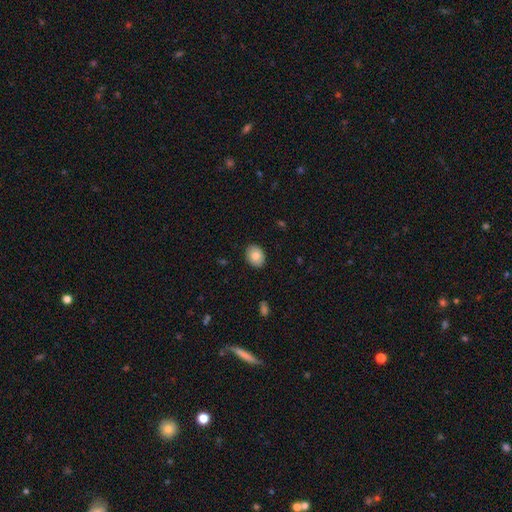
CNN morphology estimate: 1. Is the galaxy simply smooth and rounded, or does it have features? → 81% smooth, 12% featured or disk, 7% star or artifact.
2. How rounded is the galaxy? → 69% in between, 30% round, 1% cigar-shaped.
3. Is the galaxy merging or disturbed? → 90% none, 8% minor disturbance, 2% major disturbance, 1% merger.